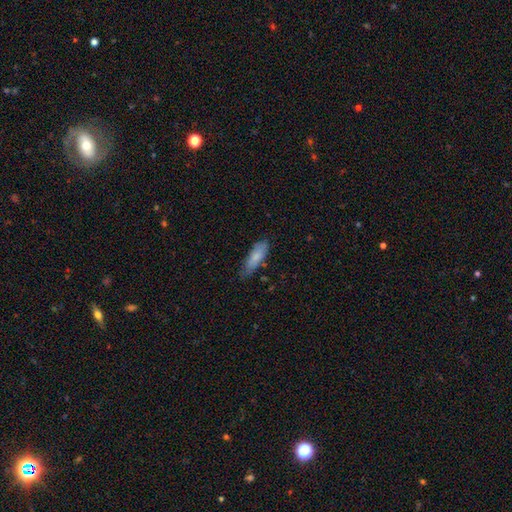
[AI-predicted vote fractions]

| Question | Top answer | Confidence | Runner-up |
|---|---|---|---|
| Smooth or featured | smooth | 76% | featured or disk (18%) |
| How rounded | in between | 50% | cigar-shaped (48%) |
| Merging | none | 67% | minor disturbance (26%) |